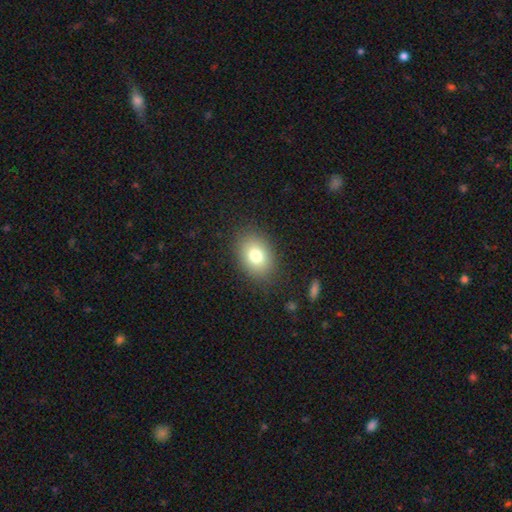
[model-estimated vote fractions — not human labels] This is likely a smooth galaxy (77%). How rounded: likely in between (69%). Merging: clearly none (85%).